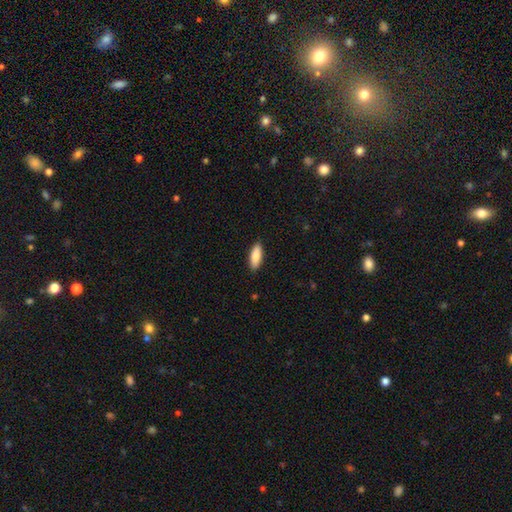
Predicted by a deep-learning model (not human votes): Smooth or featured: smooth — 87% (featured or disk — 8%)
How rounded: in between — 71% (cigar-shaped — 28%)
Merging: none — 89% (minor disturbance — 8%)